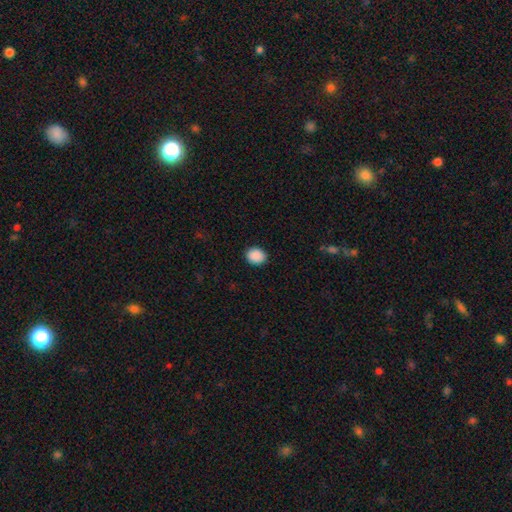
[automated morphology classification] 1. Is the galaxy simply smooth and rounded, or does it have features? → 90% smooth, 8% star or artifact, 2% featured or disk.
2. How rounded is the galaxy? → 67% round, 32% in between, 1% cigar-shaped.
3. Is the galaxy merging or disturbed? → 90% none, 7% minor disturbance, 2% major disturbance, 1% merger.